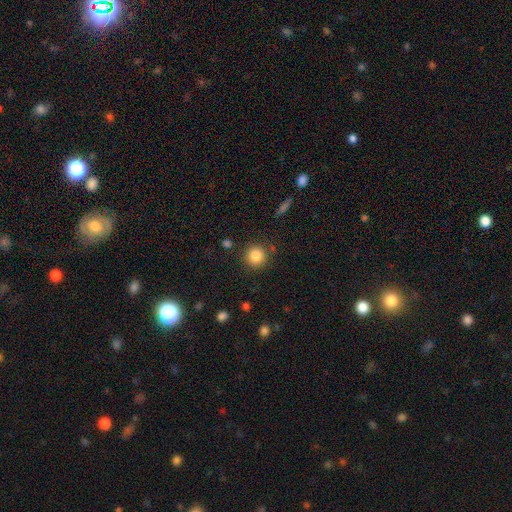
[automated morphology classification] smooth_or_featured: smooth (p=0.85) [alt: star or artifact p=0.11]
how_rounded: round (p=0.94) [alt: in between p=0.05]
merging: none (p=0.87) [alt: minor disturbance p=0.08]